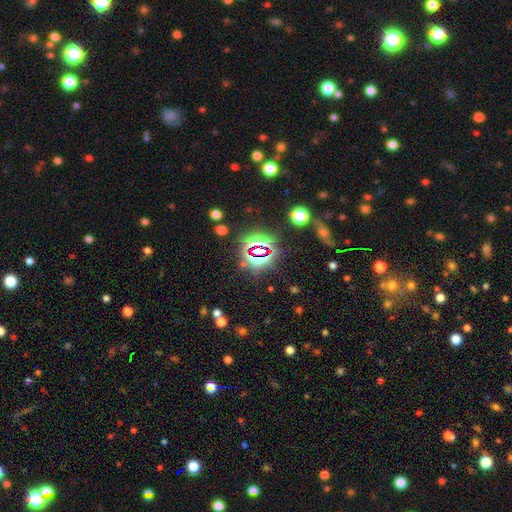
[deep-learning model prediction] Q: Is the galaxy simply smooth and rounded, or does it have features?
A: star or artifact — 74%.